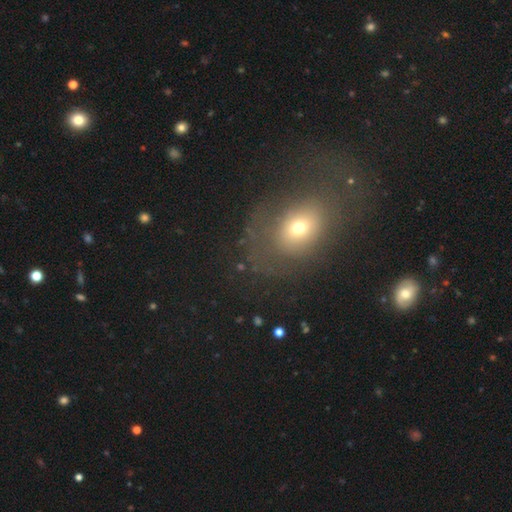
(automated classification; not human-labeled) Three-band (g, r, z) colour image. It shows a smooth galaxy with no disk features (56%) that is in between round and cigar-shaped (61%). Merging: none (61%).